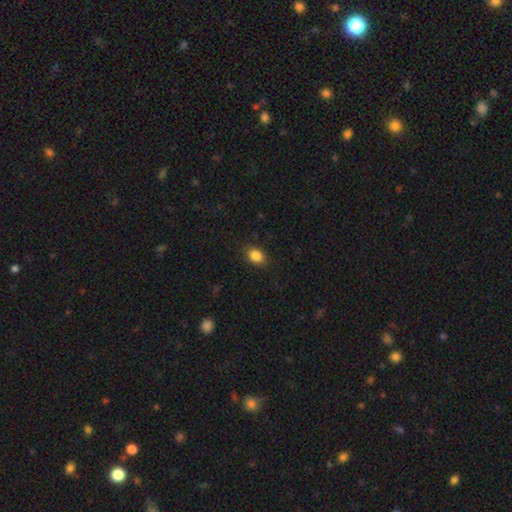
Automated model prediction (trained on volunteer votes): smooth_or_featured: smooth (p=0.86) [alt: star or artifact p=0.09]
how_rounded: in between (p=0.69) [alt: round p=0.30]
merging: none (p=0.87) [alt: minor disturbance p=0.09]